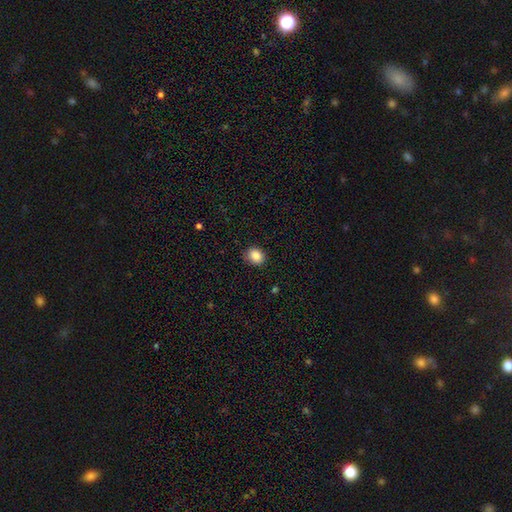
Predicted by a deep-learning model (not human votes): Smooth or featured? Predicted: smooth (p=0.87). How rounded? Predicted: round (p=0.58). Merging? Predicted: none (p=0.85).